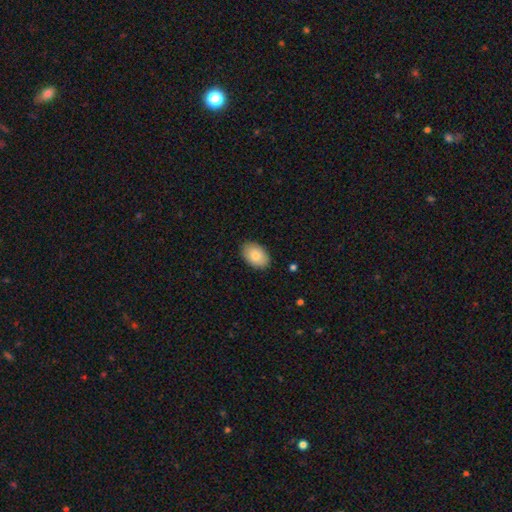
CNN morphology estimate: type=smooth (85%); roundness=in between (89%); merging=none (87%).